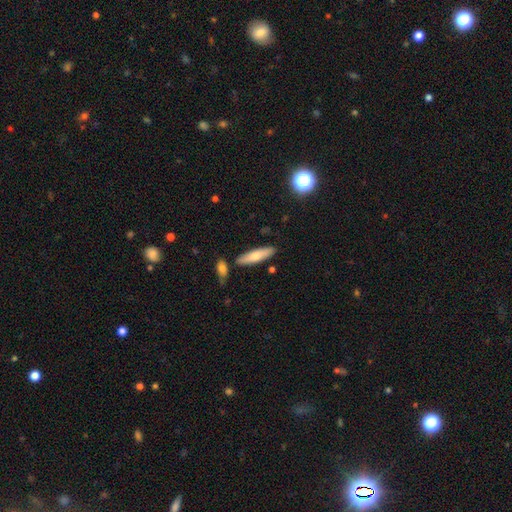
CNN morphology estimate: smooth 68%, featured or disk 26%, star or artifact 6%. Down the decision tree: how rounded — cigar-shaped (70%); merging — none (83%).